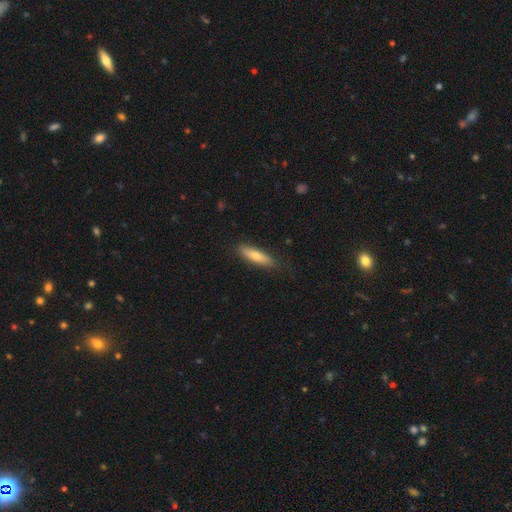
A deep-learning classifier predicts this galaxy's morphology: A smooth galaxy with no disk features (70%) that is cigar-shaped (69%). Merging: none (83%).